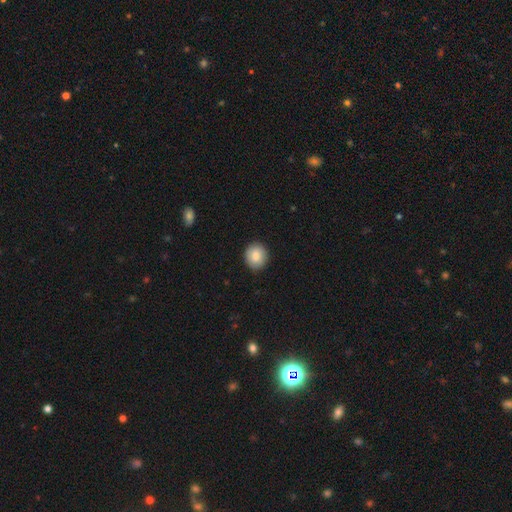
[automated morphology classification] Overall: smooth (83%). How rounded: round (82%). Merging: none (91%).